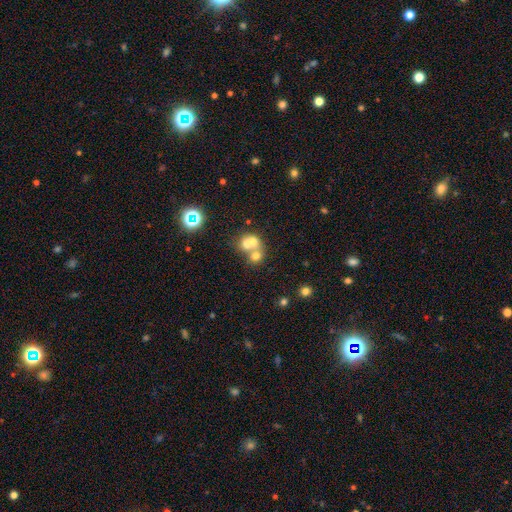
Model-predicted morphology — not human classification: smooth 61%, featured or disk 23%, star or artifact 15%. Down the decision tree: how rounded — round (72%); merging — merger (63%).